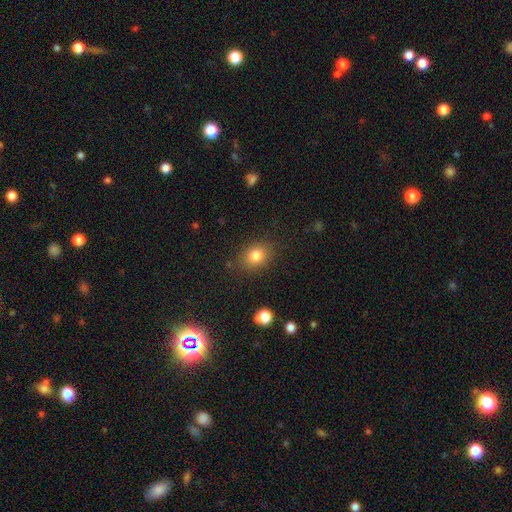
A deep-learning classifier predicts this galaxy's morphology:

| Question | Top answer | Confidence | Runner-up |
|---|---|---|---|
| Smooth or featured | smooth | 81% | star or artifact (12%) |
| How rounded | round | 54% | in between (45%) |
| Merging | none | 83% | minor disturbance (11%) |